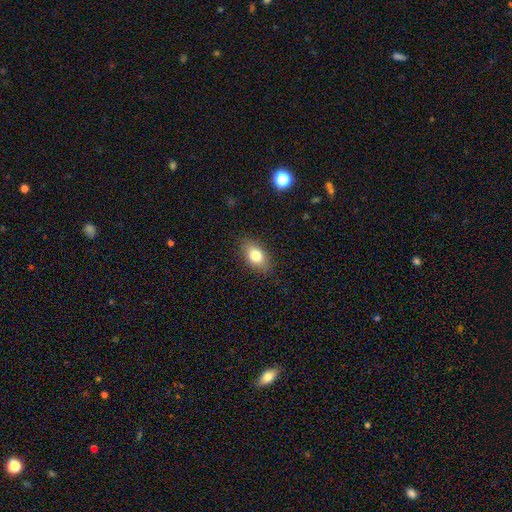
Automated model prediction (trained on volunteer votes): Smooth or featured?
  - smooth: 78% *
  - featured or disk: 13%
  - star or artifact: 9%
How rounded?
  - in between: 86% *
  - round: 11%
  - cigar-shaped: 3%
Merging?
  - none: 85% *
  - minor disturbance: 12%
  - major disturbance: 3%
  - merger: 1%